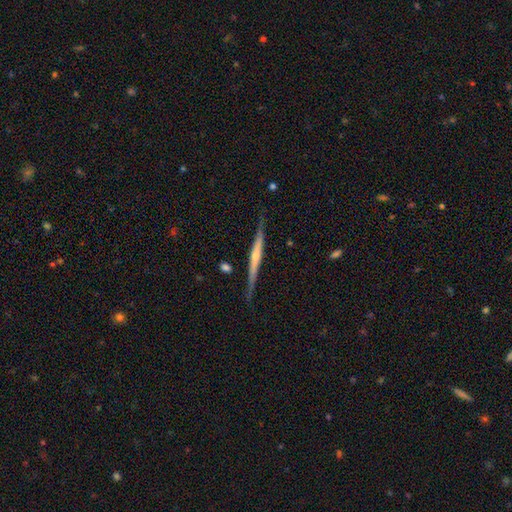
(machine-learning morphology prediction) smooth_or_featured: featured or disk (p=0.69) [alt: smooth p=0.25]
disk_edge_on: yes (p=0.97) [alt: no p=0.03]
edge_on_bulge: rounded (p=0.56) [alt: none p=0.37]
merging: none (p=0.82) [alt: minor disturbance p=0.14]